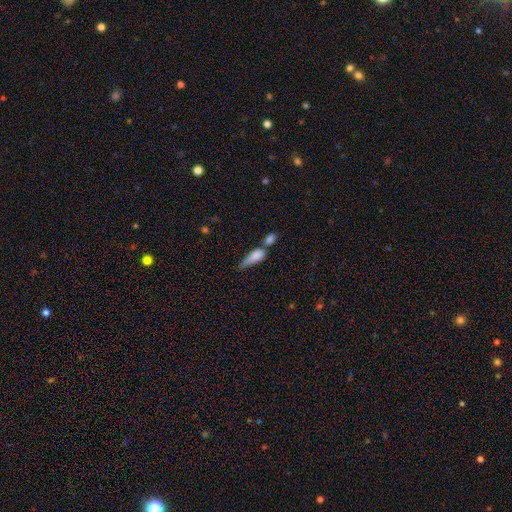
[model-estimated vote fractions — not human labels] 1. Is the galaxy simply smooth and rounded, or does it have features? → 77% smooth, 15% featured or disk, 8% star or artifact.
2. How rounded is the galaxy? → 62% in between, 33% cigar-shaped, 5% round.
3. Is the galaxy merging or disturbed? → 52% merger, 21% none, 17% minor disturbance, 11% major disturbance.